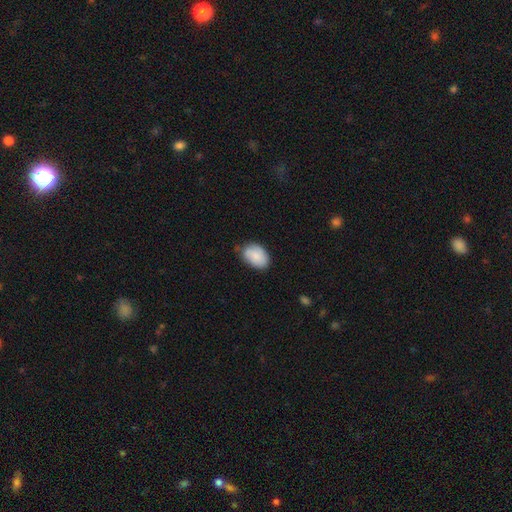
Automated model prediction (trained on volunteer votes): This appears to be a smooth galaxy with no disk features (84%) that is in between round and cigar-shaped (87%). Merging: none (66%).